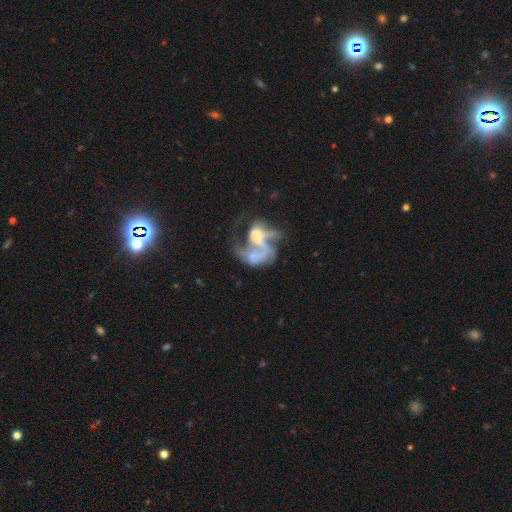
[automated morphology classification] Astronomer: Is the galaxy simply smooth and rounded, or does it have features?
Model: featured or disk — 67%.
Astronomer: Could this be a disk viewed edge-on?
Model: no — 97%.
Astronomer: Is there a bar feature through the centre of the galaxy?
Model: no — 66%.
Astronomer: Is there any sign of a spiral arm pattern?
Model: yes — 53% (runner-up: no, 47%).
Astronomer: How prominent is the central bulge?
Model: moderate — 35% (runner-up: none, 28%).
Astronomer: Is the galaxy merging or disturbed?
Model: merger — 46% (runner-up: major disturbance, 32%).